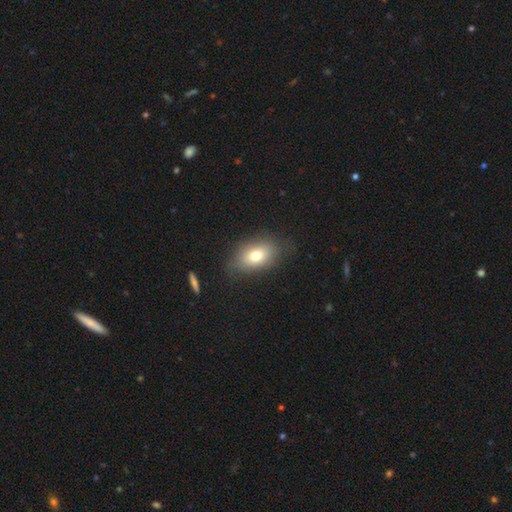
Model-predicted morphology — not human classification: type=smooth (74%); roundness=in between (83%); merging=none (78%).